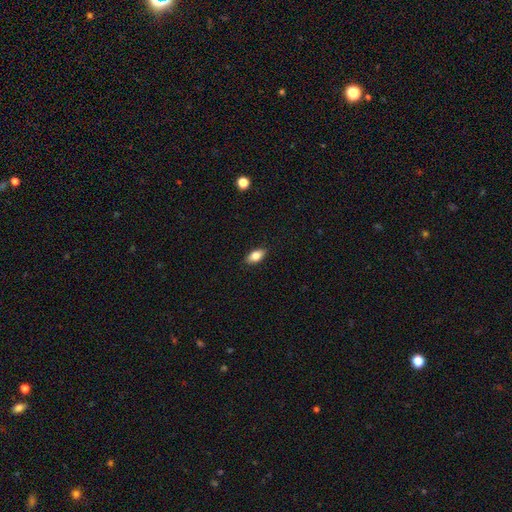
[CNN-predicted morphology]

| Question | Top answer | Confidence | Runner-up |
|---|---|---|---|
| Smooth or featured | smooth | 81% | featured or disk (11%) |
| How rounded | in between | 90% | cigar-shaped (6%) |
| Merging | none | 88% | minor disturbance (9%) |